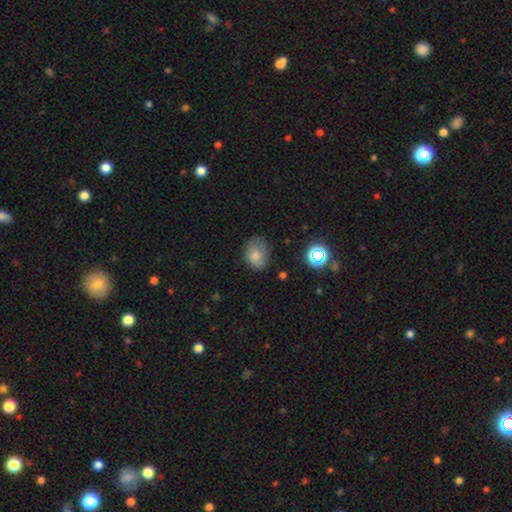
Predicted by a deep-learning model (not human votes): Smooth or featured? Predicted: smooth (p=0.79). How rounded? Predicted: in between (p=0.70). Merging? Predicted: none (p=0.65).